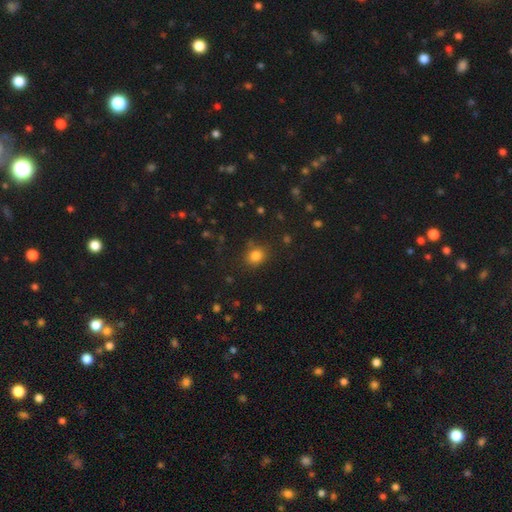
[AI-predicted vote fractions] Q: Smooth or featured?
A: smooth (81%); runner-up: star or artifact (13%)
Q: How rounded?
A: round (67%); runner-up: in between (32%)
Q: Merging?
A: none (80%); runner-up: minor disturbance (12%)